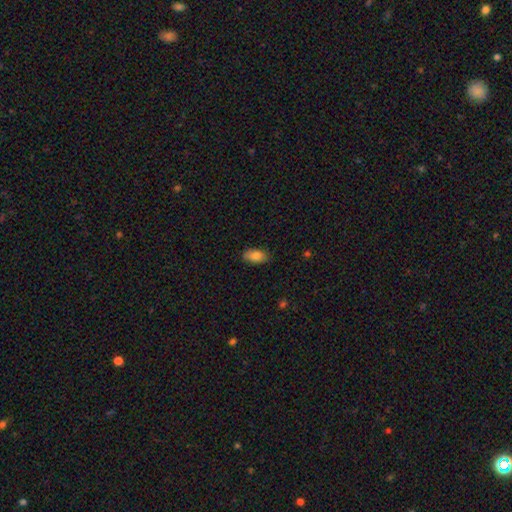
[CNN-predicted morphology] smooth 82%, featured or disk 11%, star or artifact 7%. Down the decision tree: how rounded — in between (91%); merging — none (83%).